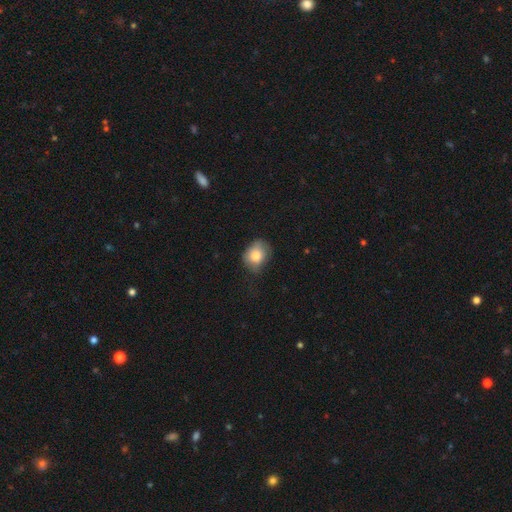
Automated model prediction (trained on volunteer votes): Q: Smooth or featured?
A: smooth (78%); runner-up: featured or disk (13%)
Q: How rounded?
A: round (53%); runner-up: in between (46%)
Q: Merging?
A: none (55%); runner-up: minor disturbance (33%)